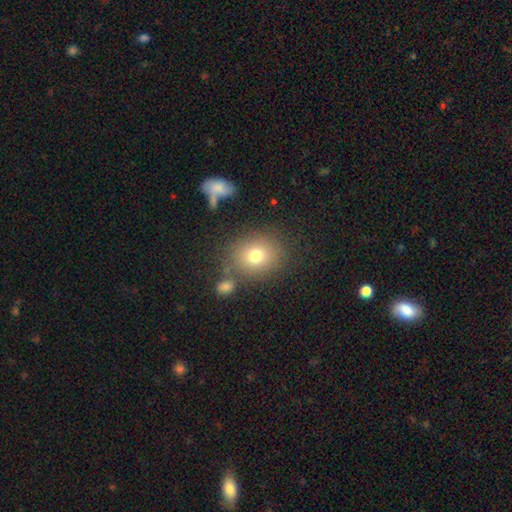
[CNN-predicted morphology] smooth 75%, star or artifact 13%, featured or disk 12%. Down the decision tree: how rounded — round (67%); merging — none (75%).